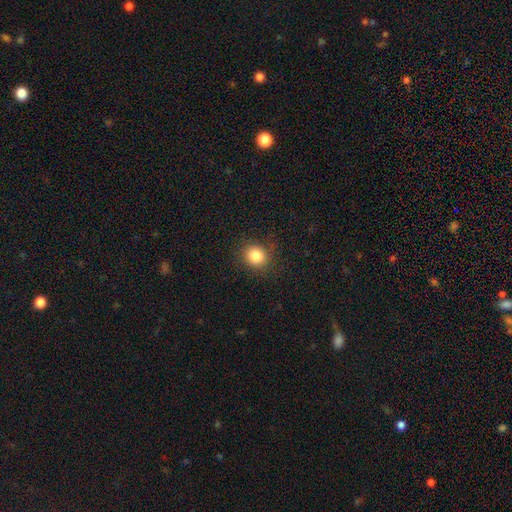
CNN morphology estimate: This is clearly a smooth galaxy (85%). How rounded: likely round (77%). Merging: clearly none (86%).